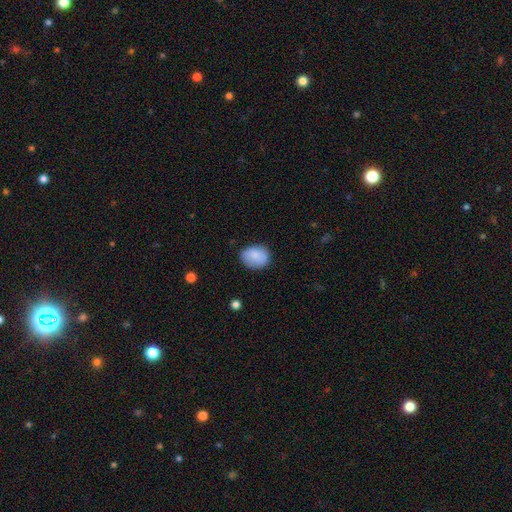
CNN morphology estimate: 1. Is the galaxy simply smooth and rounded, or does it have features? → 86% smooth, 7% star or artifact, 7% featured or disk.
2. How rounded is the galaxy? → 60% in between, 39% round, 1% cigar-shaped.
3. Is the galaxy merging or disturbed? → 76% none, 19% minor disturbance, 4% major disturbance, 1% merger.